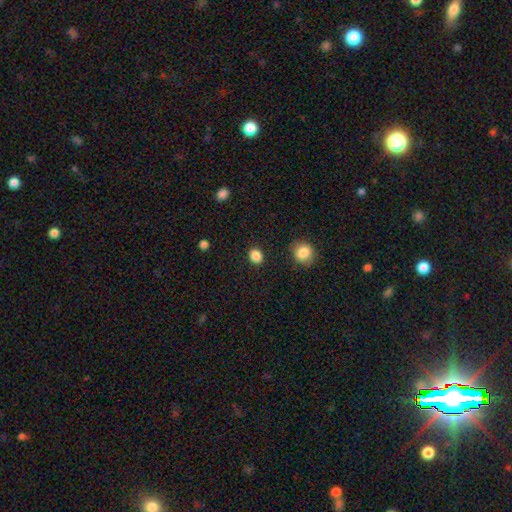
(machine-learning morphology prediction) type=smooth (87%); roundness=round (56%); merging=none (89%).